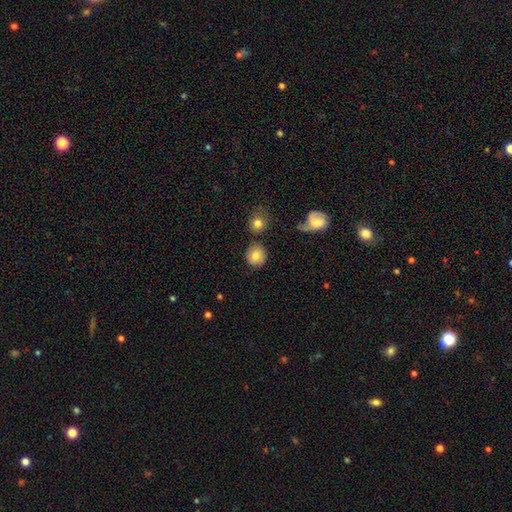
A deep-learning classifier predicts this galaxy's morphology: Smooth or featured: smooth — 76% (featured or disk — 16%)
How rounded: round — 85% (in between — 14%)
Merging: none — 78% (minor disturbance — 12%)